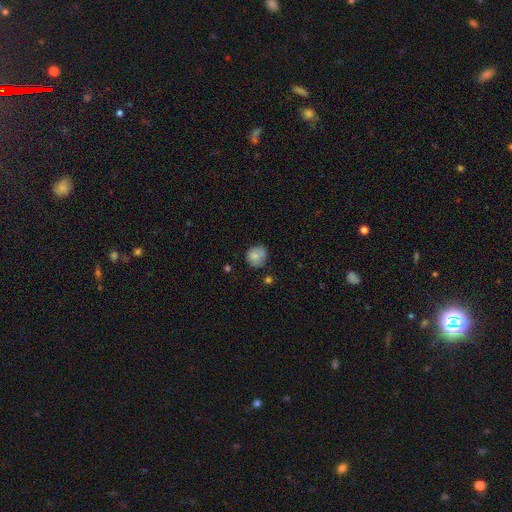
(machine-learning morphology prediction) smooth 79%, featured or disk 12%, star or artifact 8%. Down the decision tree: how rounded — round (85%); merging — none (69%).